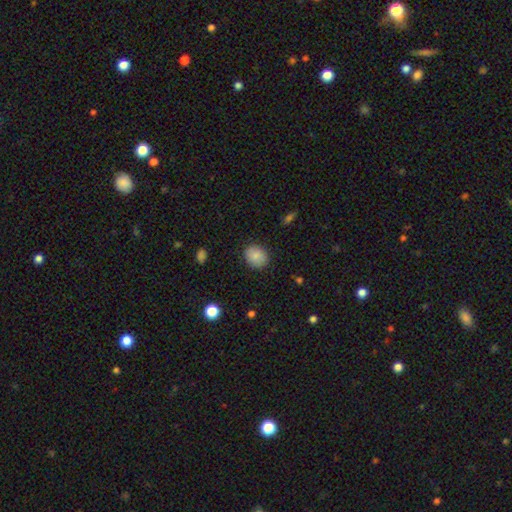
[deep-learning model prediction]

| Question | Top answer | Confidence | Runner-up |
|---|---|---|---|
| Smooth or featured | smooth | 86% | star or artifact (8%) |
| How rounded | round | 60% | in between (39%) |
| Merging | none | 87% | minor disturbance (9%) |